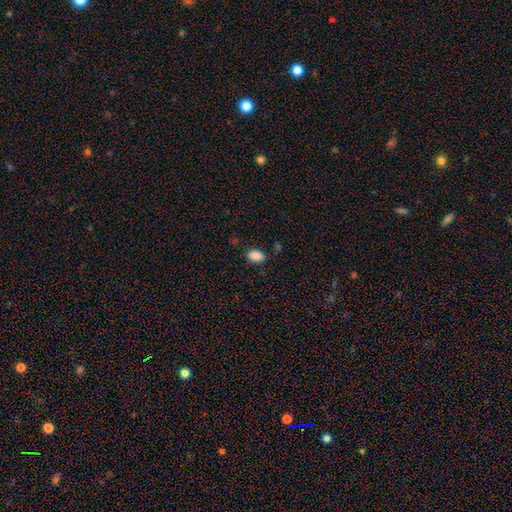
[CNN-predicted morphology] Smooth or featured? Predicted: smooth (p=0.88). How rounded? Predicted: in between (p=0.91). Merging? Predicted: none (p=0.80).